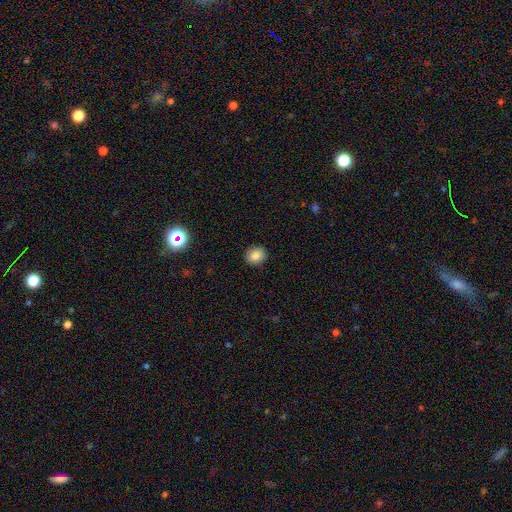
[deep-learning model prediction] Q: Smooth or featured?
A: smooth (85%); runner-up: star or artifact (10%)
Q: How rounded?
A: round (66%); runner-up: in between (33%)
Q: Merging?
A: none (89%); runner-up: minor disturbance (8%)